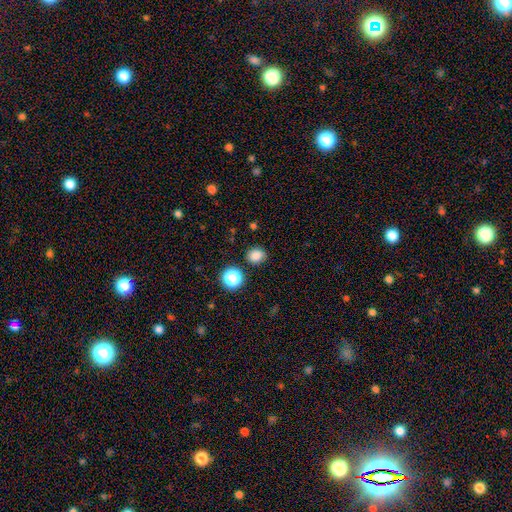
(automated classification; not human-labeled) Smooth or featured?
  - smooth: 81% *
  - star or artifact: 14%
  - featured or disk: 5%
How rounded?
  - round: 71% *
  - in between: 28%
  - cigar-shaped: 1%
Merging?
  - none: 84% *
  - minor disturbance: 10%
  - merger: 3%
  - major disturbance: 3%